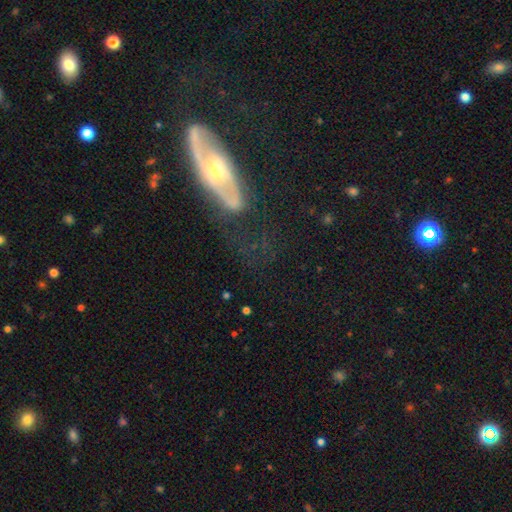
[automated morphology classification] Smooth or featured?
  - featured or disk: 73% *
  - smooth: 19%
  - star or artifact: 8%
Edge-on disk?
  - no: 78% *
  - yes: 22%
Bar?
  - no: 66% *
  - weak: 23%
  - strong: 11%
Spiral arms?
  - yes: 66% *
  - no: 34%
Bulge size?
  - moderate: 62% *
  - small: 27%
  - large: 8%
  - none: 2%
  - dominant: 2%
Merging?
  - none: 59% *
  - minor disturbance: 19%
  - major disturbance: 18%
  - merger: 4%